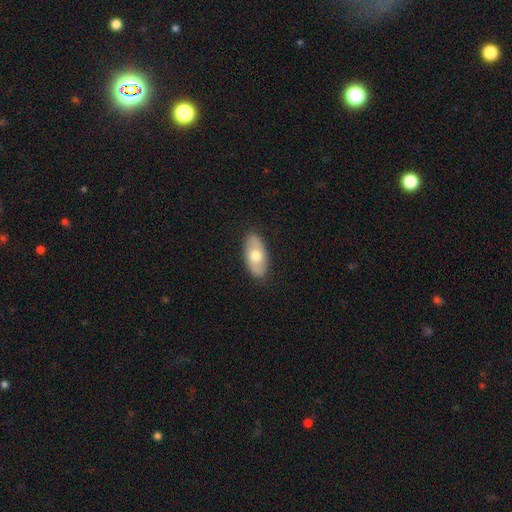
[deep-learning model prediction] smooth-or-featured: smooth: 61% | featured or disk: 34% | star or artifact: 5%
  how-rounded: in between: 91% | cigar-shaped: 5% | round: 3%
  merging: none: 87% | minor disturbance: 10% | major disturbance: 2% | merger: 1%